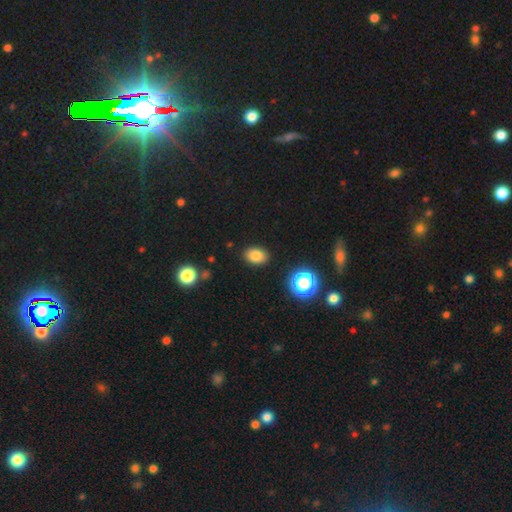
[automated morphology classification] Smooth or featured?
  - smooth: 81% *
  - star or artifact: 12%
  - featured or disk: 6%
How rounded?
  - in between: 76% *
  - round: 23%
  - cigar-shaped: 1%
Merging?
  - none: 88% *
  - minor disturbance: 8%
  - major disturbance: 2%
  - merger: 1%